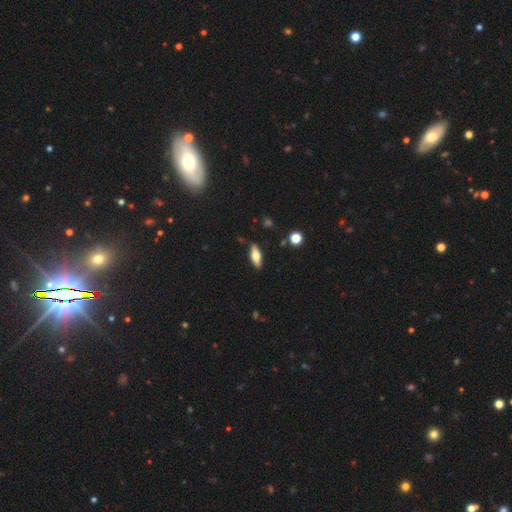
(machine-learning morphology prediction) Smooth or featured?
  - smooth: 59% *
  - featured or disk: 34%
  - star or artifact: 7%
How rounded?
  - in between: 67% *
  - cigar-shaped: 29%
  - round: 3%
Merging?
  - none: 85% *
  - minor disturbance: 11%
  - major disturbance: 2%
  - merger: 2%